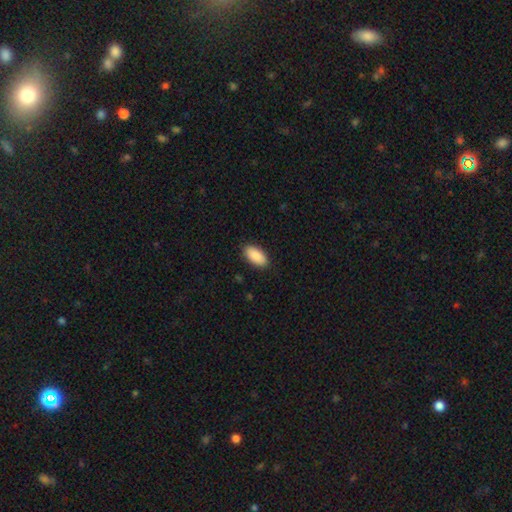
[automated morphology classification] smooth 91%, star or artifact 6%, featured or disk 4%. Down the decision tree: how rounded — in between (94%); merging — none (89%).